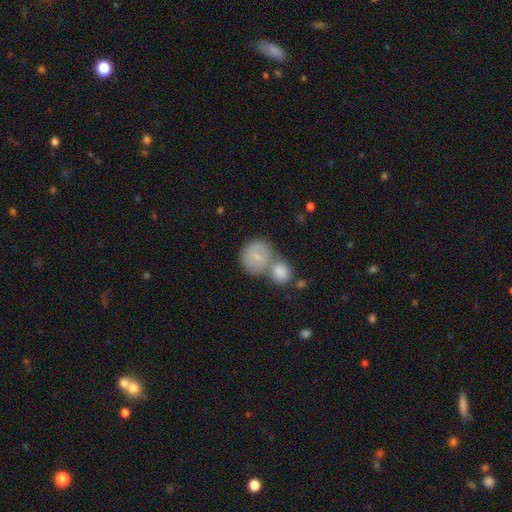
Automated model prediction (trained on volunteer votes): Overall: smooth (73%). How rounded: round (86%). Merging: merger (53%; none 33%).